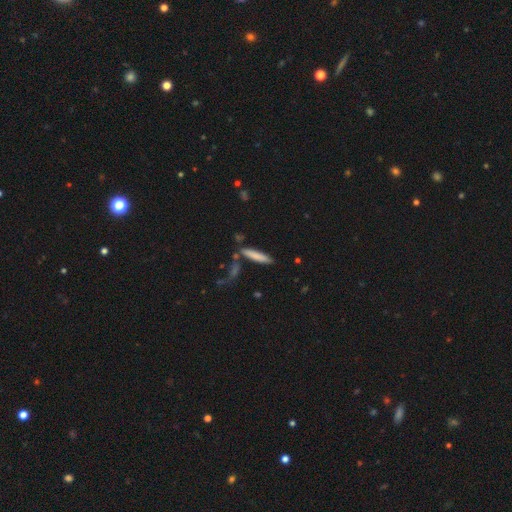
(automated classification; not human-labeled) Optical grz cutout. It shows a smooth galaxy with no disk features (77%) that is cigar-shaped (87%). Merging: none (78%).